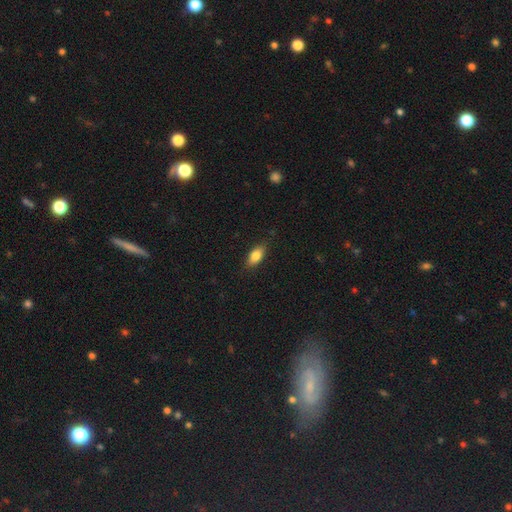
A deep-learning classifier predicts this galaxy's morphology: smooth_or_featured: smooth (p=0.80) [alt: featured or disk p=0.12]
how_rounded: in between (p=0.85) [alt: cigar-shaped p=0.11]
merging: none (p=0.84) [alt: minor disturbance p=0.13]